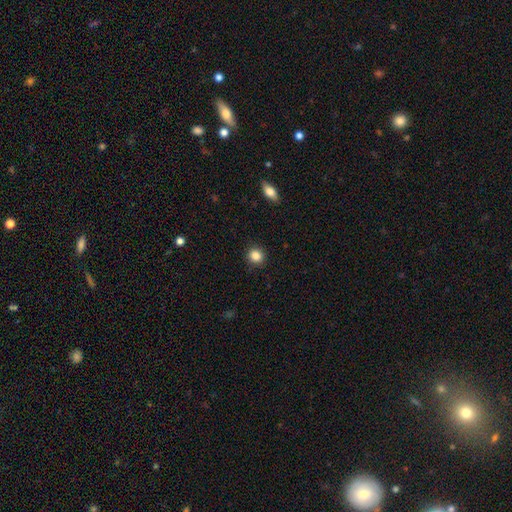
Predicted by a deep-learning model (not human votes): smooth-or-featured: smooth: 86% | star or artifact: 10% | featured or disk: 4%
  how-rounded: round: 87% | in between: 12% | cigar-shaped: 1%
  merging: none: 90% | minor disturbance: 7% | major disturbance: 2% | merger: 1%